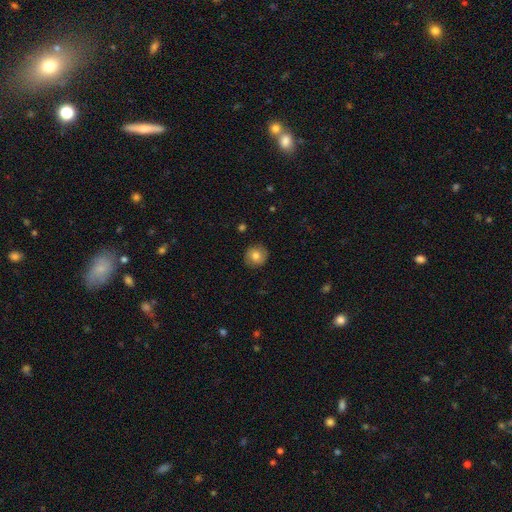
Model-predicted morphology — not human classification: Smooth or featured? Predicted: smooth (p=0.70). How rounded? Predicted: round (p=0.89). Merging? Predicted: none (p=0.87).